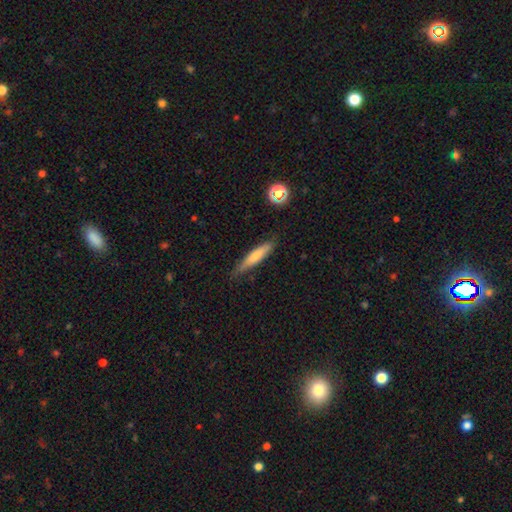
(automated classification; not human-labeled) This appears to be a smooth galaxy with no disk features (69%) that is cigar-shaped (86%). Merging: none (75%).